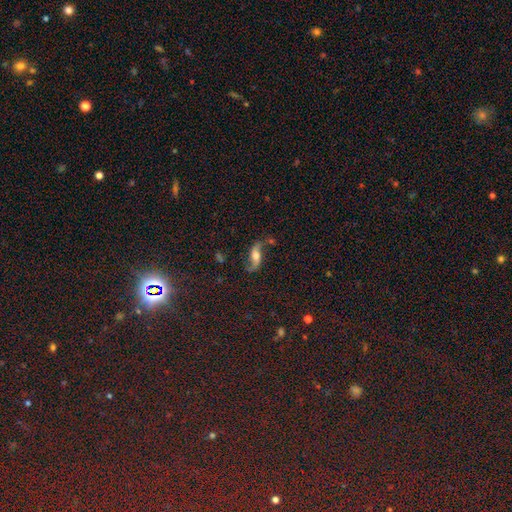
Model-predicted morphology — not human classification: Smooth or featured? Predicted: featured or disk (p=0.72). Edge-on disk? Predicted: no (p=0.87). Bar? Predicted: no (p=0.57). Spiral arms? Predicted: yes (p=0.91). Spiral winding? Predicted: loose (p=0.86). Spiral arm count? Predicted: 2 (p=0.92). Bulge size? Predicted: moderate (p=0.54). Merging? Predicted: none (p=0.65).